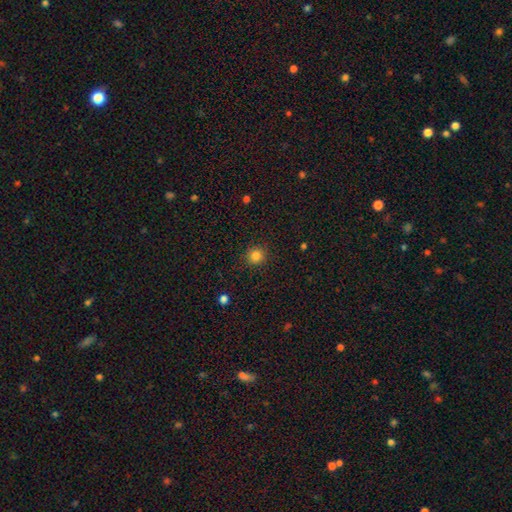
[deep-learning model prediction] Smooth or featured: smooth — 83% (star or artifact — 13%)
How rounded: round — 93% (in between — 7%)
Merging: none — 90% (minor disturbance — 7%)